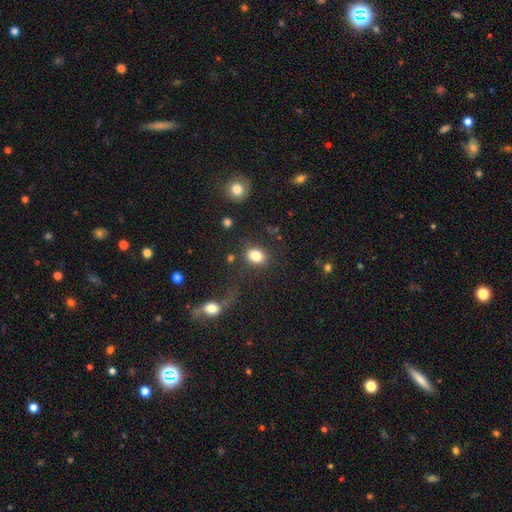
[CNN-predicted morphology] The model was most divided on "how rounded": in between: 60%, round: 39%, cigar-shaped: 1%. More confident: smooth or featured — smooth (83%); merging — none (78%).